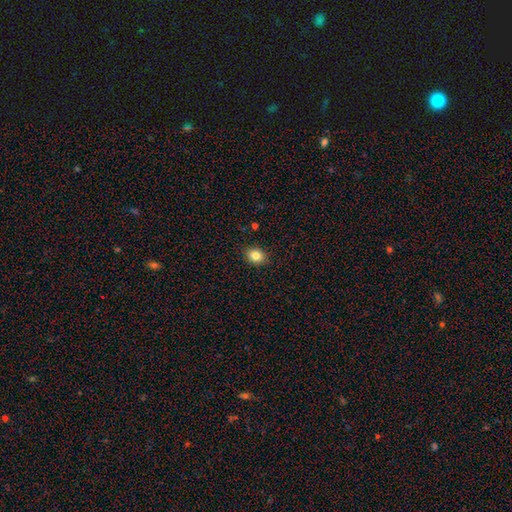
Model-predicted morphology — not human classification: type=smooth (82%); roundness=round (52%); merging=none (90%).